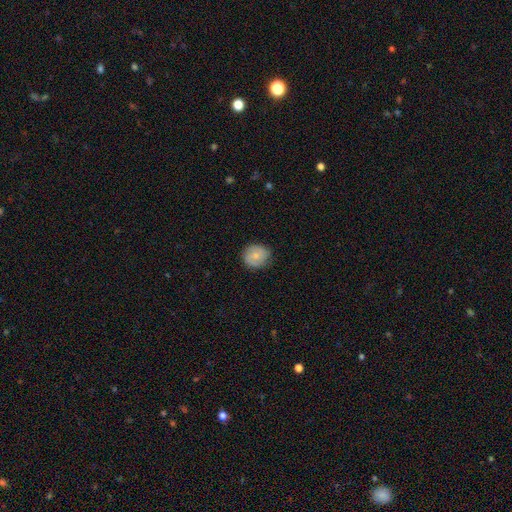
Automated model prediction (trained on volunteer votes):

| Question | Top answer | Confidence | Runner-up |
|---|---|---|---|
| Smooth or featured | smooth | 65% | featured or disk (27%) |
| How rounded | round | 81% | in between (18%) |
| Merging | none | 81% | minor disturbance (15%) |